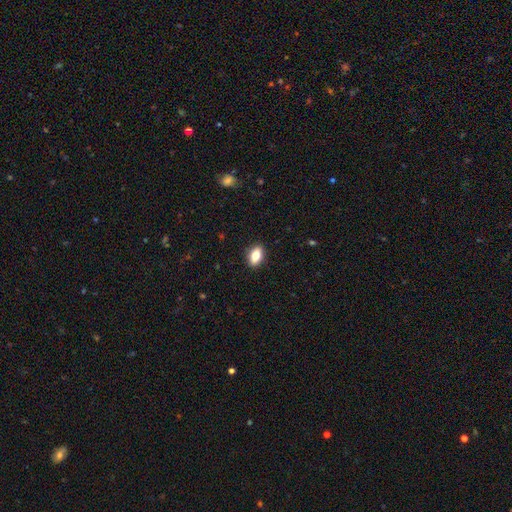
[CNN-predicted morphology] Q: Smooth or featured?
A: smooth (79%); runner-up: featured or disk (13%)
Q: How rounded?
A: in between (88%); runner-up: round (7%)
Q: Merging?
A: none (90%); runner-up: minor disturbance (8%)